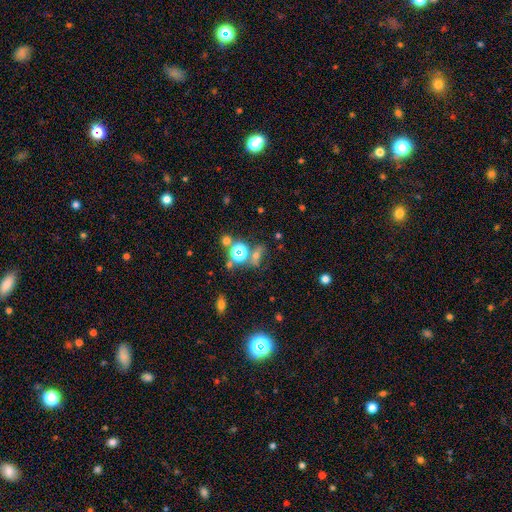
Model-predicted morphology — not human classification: smooth_or_featured: star or artifact (p=0.46) [alt: smooth p=0.38]